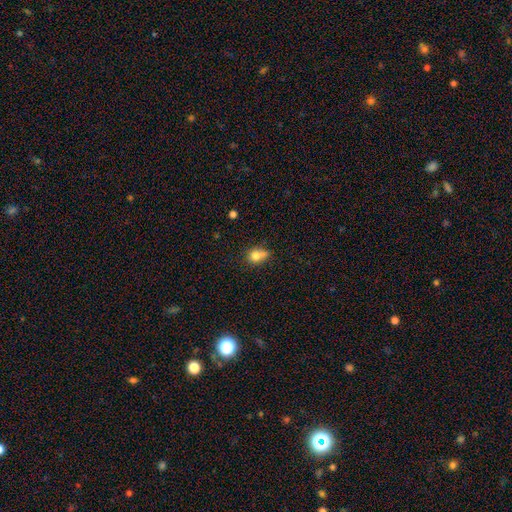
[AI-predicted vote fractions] Q: Smooth or featured?
A: smooth (76%); runner-up: featured or disk (13%)
Q: How rounded?
A: round (63%); runner-up: in between (36%)
Q: Merging?
A: none (41%); runner-up: merger (28%)